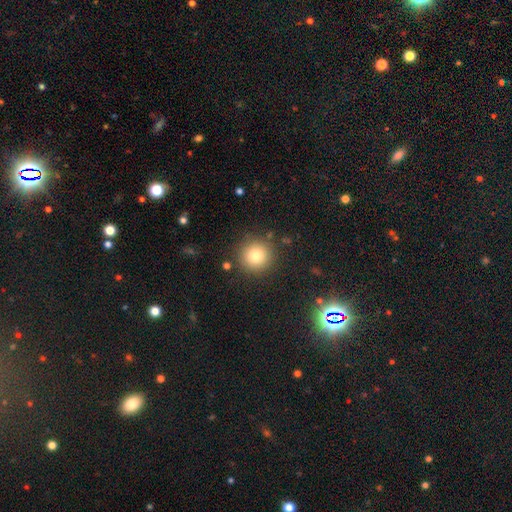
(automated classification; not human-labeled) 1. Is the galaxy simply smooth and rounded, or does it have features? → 79% smooth, 12% star or artifact, 9% featured or disk.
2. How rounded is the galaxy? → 94% round, 5% in between, 1% cigar-shaped.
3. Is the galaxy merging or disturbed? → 87% none, 8% minor disturbance, 3% major disturbance, 2% merger.